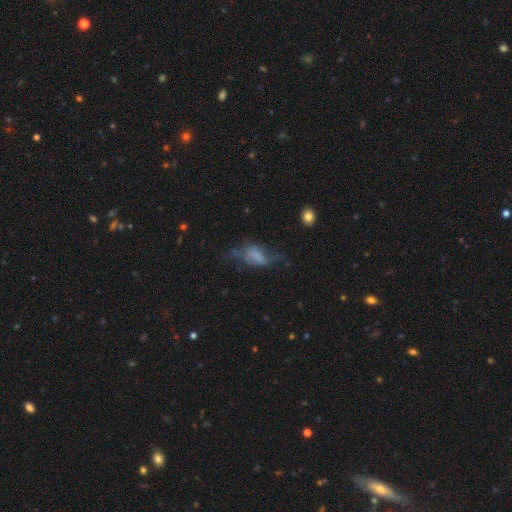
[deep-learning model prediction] Overall: featured or disk (47%; smooth 40%). Merging: major disturbance (40%; none 31%).